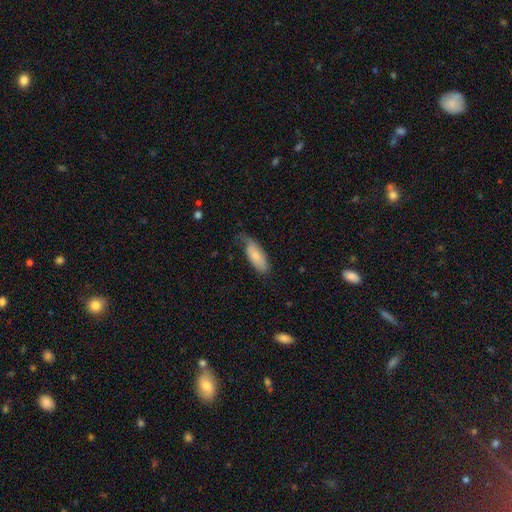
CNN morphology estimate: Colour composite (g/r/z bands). It shows a smooth galaxy with no disk features (75%) that is in between round and cigar-shaped (76%). Merging: none (51%).